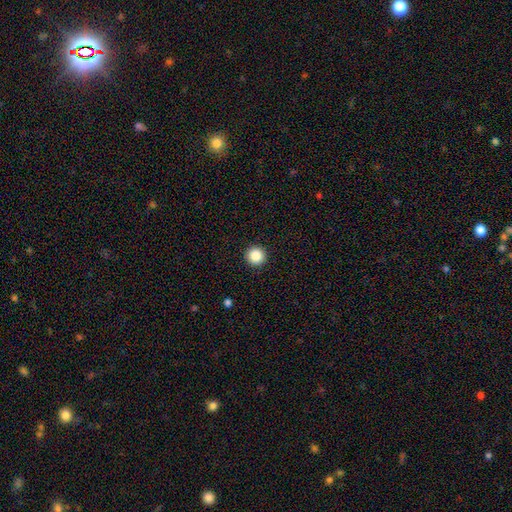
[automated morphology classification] Smooth or featured?
  - smooth: 87% *
  - star or artifact: 10%
  - featured or disk: 3%
How rounded?
  - round: 96% *
  - in between: 3%
  - cigar-shaped: 1%
Merging?
  - none: 93% *
  - minor disturbance: 4%
  - major disturbance: 2%
  - merger: 1%